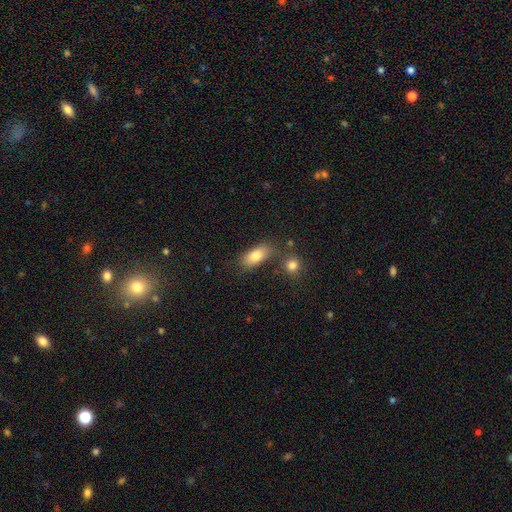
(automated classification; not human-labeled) Smooth or featured?
  - smooth: 80% *
  - featured or disk: 11%
  - star or artifact: 8%
How rounded?
  - in between: 86% *
  - cigar-shaped: 9%
  - round: 5%
Merging?
  - none: 69% *
  - minor disturbance: 15%
  - merger: 11%
  - major disturbance: 5%